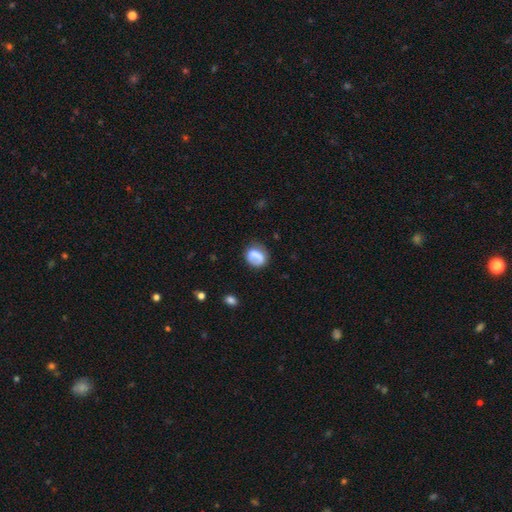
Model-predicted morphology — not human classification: Q: Smooth or featured?
A: smooth (67%); runner-up: featured or disk (25%)
Q: How rounded?
A: round (61%); runner-up: in between (37%)
Q: Merging?
A: none (54%); runner-up: minor disturbance (23%)